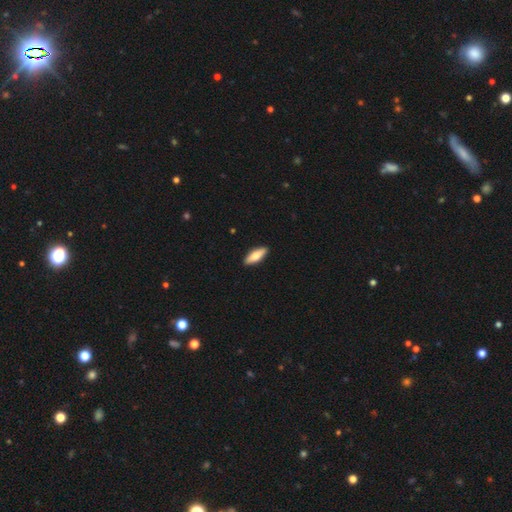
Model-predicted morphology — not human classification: A smooth galaxy with no disk features (69%) that is in between round and cigar-shaped (54%). Merging: none (91%).